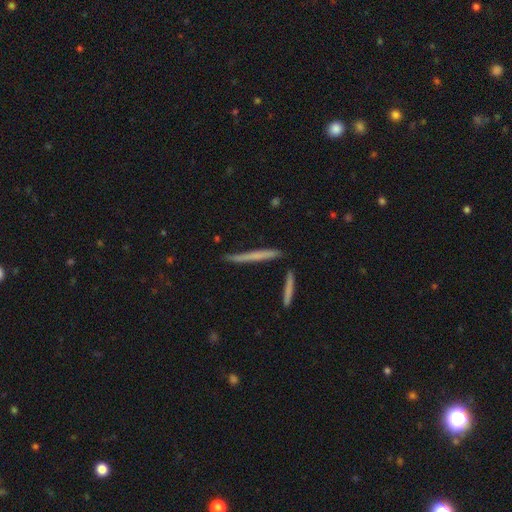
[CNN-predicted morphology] A smooth galaxy with no disk features (52%) that is cigar-shaped (96%).

Vote fractions:
- Smooth or featured? smooth: 52% / featured or disk: 42% / star or artifact: 6%
- How rounded? cigar-shaped: 96% / in between: 2% / round: 2%
- Merging? none: 83% / minor disturbance: 11% / merger: 4% / major disturbance: 2%